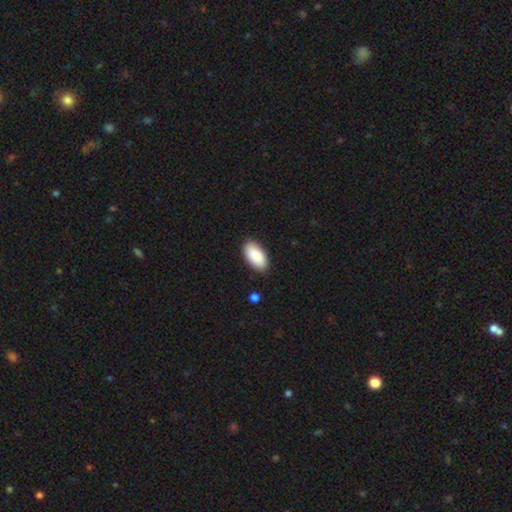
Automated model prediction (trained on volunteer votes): Q: Smooth or featured?
A: smooth (90%); runner-up: star or artifact (6%)
Q: How rounded?
A: in between (95%); runner-up: cigar-shaped (3%)
Q: Merging?
A: none (88%); runner-up: minor disturbance (9%)